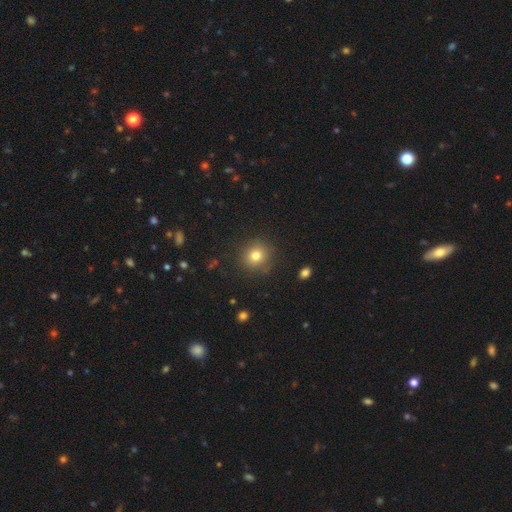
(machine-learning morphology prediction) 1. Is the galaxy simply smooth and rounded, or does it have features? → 78% smooth, 13% star or artifact, 8% featured or disk.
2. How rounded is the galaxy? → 89% round, 11% in between, 1% cigar-shaped.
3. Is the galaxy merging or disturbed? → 87% none, 8% minor disturbance, 3% major disturbance, 1% merger.